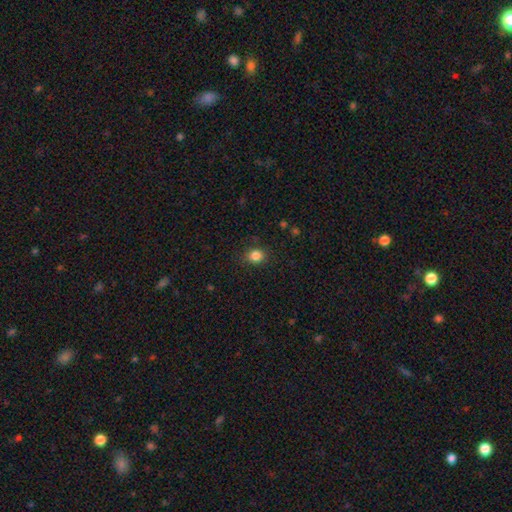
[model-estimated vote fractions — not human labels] A smooth galaxy with no disk features (85%) that is round (73%).

Vote fractions:
- Smooth or featured? smooth: 85% / star or artifact: 11% / featured or disk: 4%
- How rounded? round: 73% / in between: 26% / cigar-shaped: 1%
- Merging? none: 86% / minor disturbance: 10% / major disturbance: 3% / merger: 1%